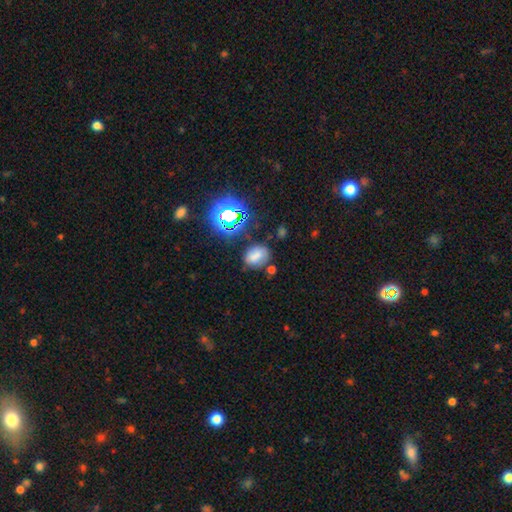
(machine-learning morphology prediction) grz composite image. It shows a smooth galaxy with no disk features (62%) that is in between round and cigar-shaped (64%). Merging: none (64%).